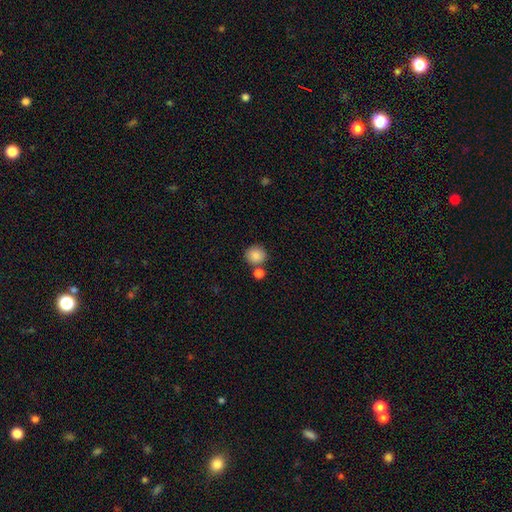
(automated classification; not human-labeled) A smooth galaxy with no disk features (87%) that is round (89%).

Vote fractions:
- Smooth or featured? smooth: 87% / star or artifact: 9% / featured or disk: 4%
- How rounded? round: 89% / in between: 10% / cigar-shaped: 1%
- Merging? none: 72% / merger: 17% / minor disturbance: 8% / major disturbance: 3%